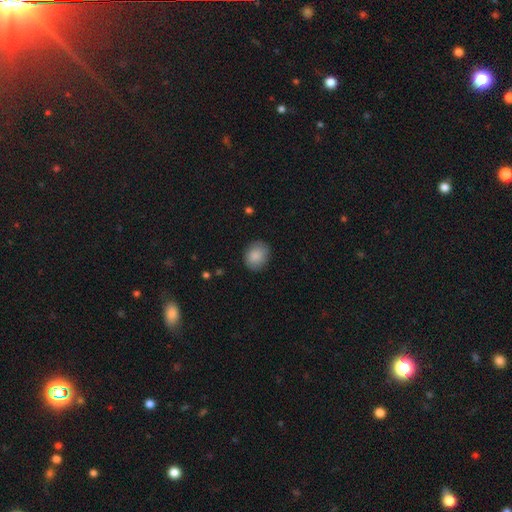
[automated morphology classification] type=smooth (87%); roundness=round (55%); merging=none (84%).